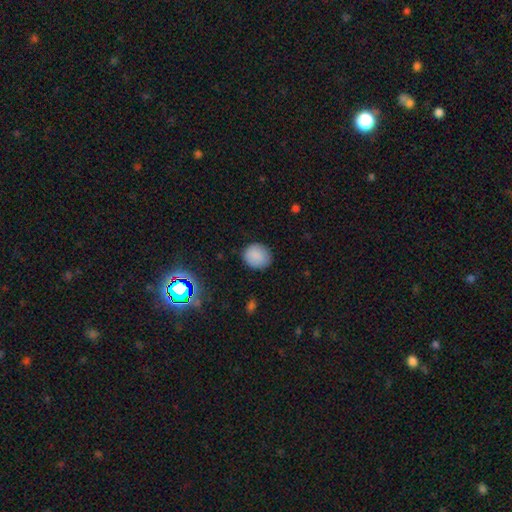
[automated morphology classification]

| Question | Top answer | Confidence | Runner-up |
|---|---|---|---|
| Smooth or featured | smooth | 86% | star or artifact (10%) |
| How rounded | round | 76% | in between (23%) |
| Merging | none | 86% | minor disturbance (11%) |